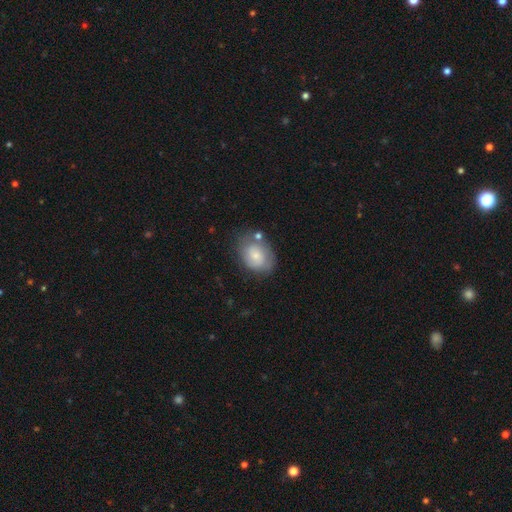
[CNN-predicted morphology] The model was most divided on "merging": none: 58%, minor disturbance: 25%, major disturbance: 9%, merger: 8%. More confident: smooth or featured — smooth (68%); how rounded — in between (68%).